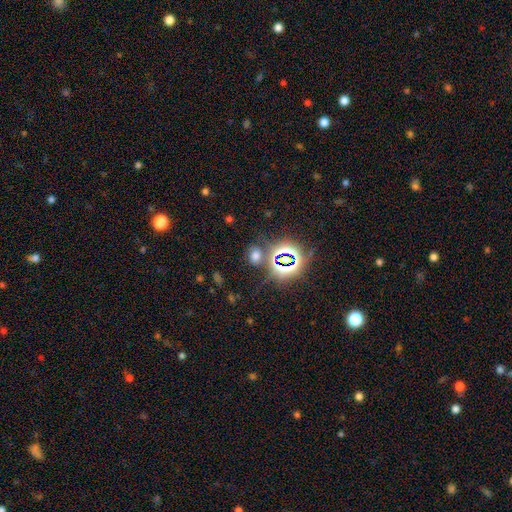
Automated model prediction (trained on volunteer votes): smooth-or-featured: smooth: 50% | star or artifact: 43% | featured or disk: 7%
  how-rounded: in between: 59% | round: 39% | cigar-shaped: 2%
  merging: none: 74% | minor disturbance: 11% | merger: 9% | major disturbance: 5%